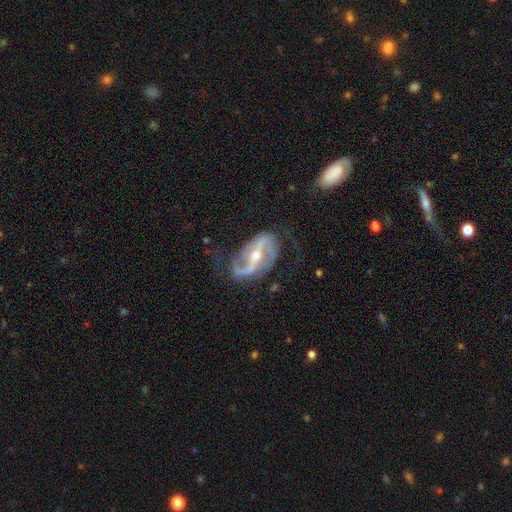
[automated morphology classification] Smooth or featured: featured or disk — 91% (star or artifact — 5%)
Edge-on disk: no — 96% (yes — 4%)
Bar: strong — 58% (weak — 27%)
Spiral arms: yes — 96% (no — 4%)
Spiral winding: loose — 53% (medium — 36%)
Spiral arm count: 2 — 91% (1 — 3%)
Bulge size: moderate — 52% (small — 44%)
Merging: none — 67% (minor disturbance — 20%)